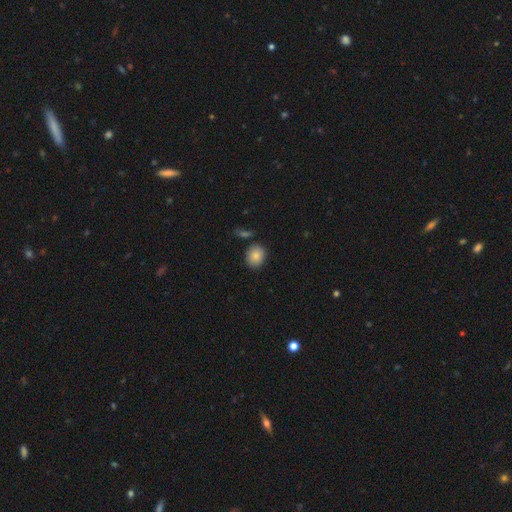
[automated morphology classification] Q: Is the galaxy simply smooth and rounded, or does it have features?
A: smooth — 85%.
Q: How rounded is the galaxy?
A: in between — 50%.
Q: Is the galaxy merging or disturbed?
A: none — 82%.